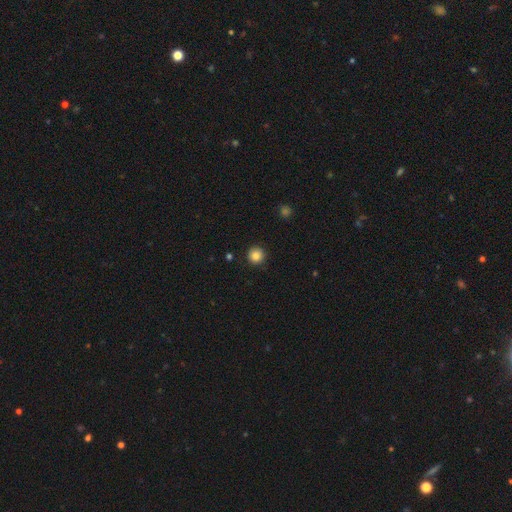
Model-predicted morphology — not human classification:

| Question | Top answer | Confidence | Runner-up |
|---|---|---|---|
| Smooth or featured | smooth | 85% | star or artifact (11%) |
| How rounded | round | 96% | in between (3%) |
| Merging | none | 91% | minor disturbance (6%) |